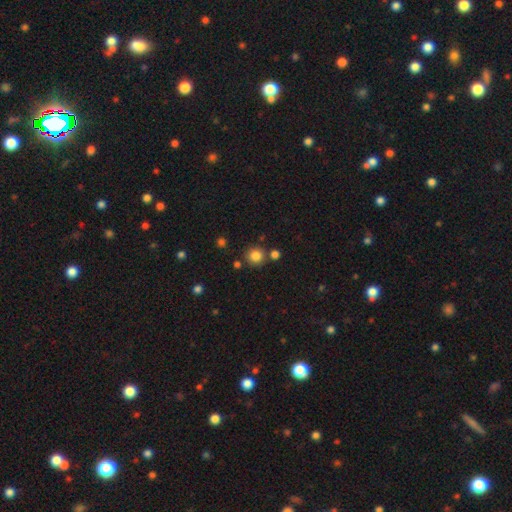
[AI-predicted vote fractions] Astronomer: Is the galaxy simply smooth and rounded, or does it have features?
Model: smooth — 83%.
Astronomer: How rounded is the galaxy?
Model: round — 92%.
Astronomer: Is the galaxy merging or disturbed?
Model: none — 80%.